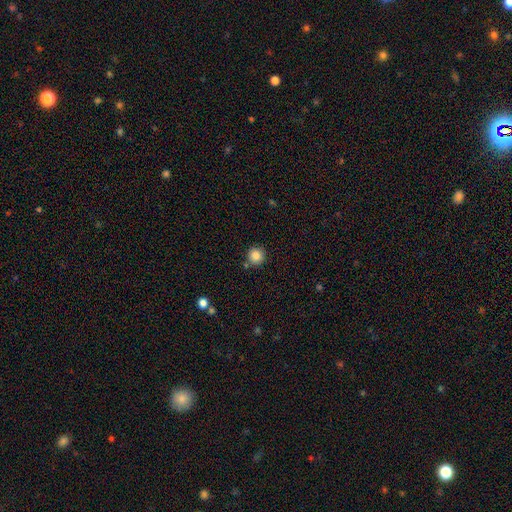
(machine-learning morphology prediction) Smooth or featured? Predicted: smooth (p=0.86). How rounded? Predicted: round (p=0.94). Merging? Predicted: none (p=0.84).